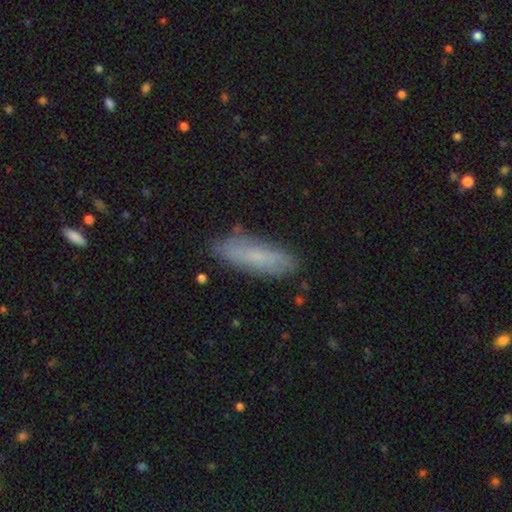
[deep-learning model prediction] This appears to be a smooth galaxy with no disk features (68%) that is cigar-shaped (60%). Merging: none (84%).